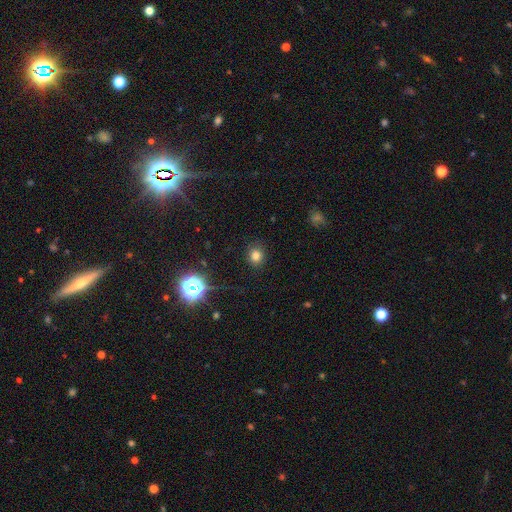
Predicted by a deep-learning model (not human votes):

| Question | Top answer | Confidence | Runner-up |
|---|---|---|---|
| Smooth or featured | smooth | 77% | star or artifact (17%) |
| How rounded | round | 81% | in between (18%) |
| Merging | none | 88% | minor disturbance (8%) |